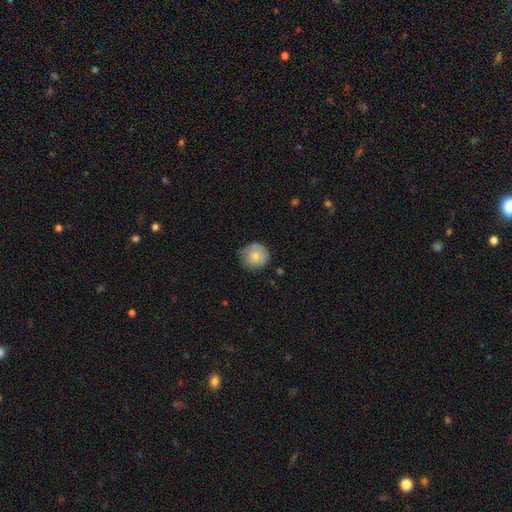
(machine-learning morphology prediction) type=smooth (78%); roundness=round (93%); merging=none (71%).